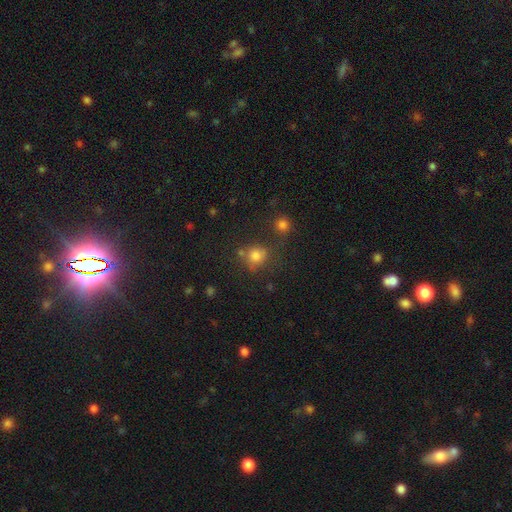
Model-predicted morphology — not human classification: Smooth or featured: smooth — 73% (star or artifact — 19%)
How rounded: round — 81% (in between — 18%)
Merging: none — 63% (merger — 16%)